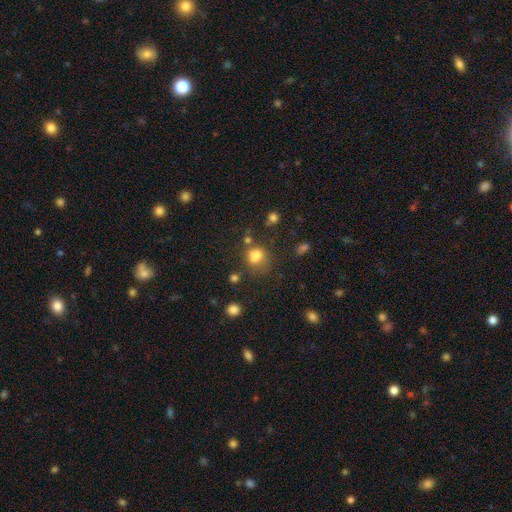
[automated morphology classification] type=smooth (71%); roundness=round (63%); merging=none (41%).